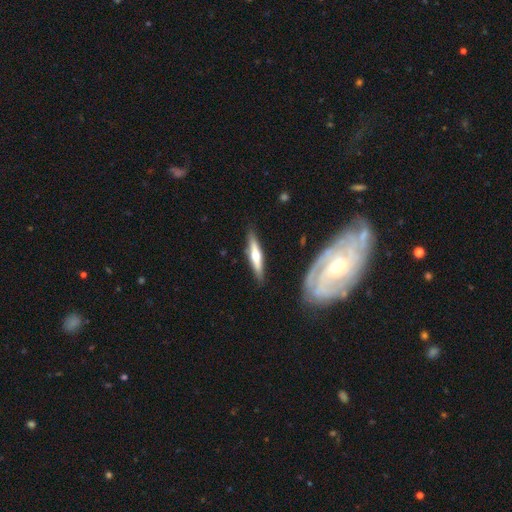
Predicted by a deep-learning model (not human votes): featured or disk 55%, smooth 39%, star or artifact 5%. Down the decision tree: edge-on disk — yes (92%); edge-on bulge — rounded (87%); merging — none (87%).